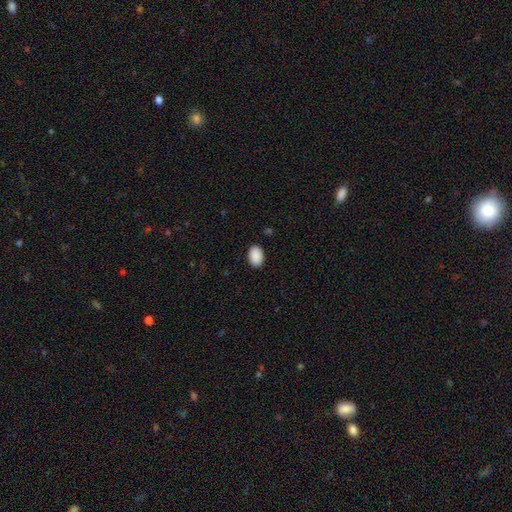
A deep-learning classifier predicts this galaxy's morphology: Overall: smooth (91%). How rounded: in between (84%). Merging: none (89%).